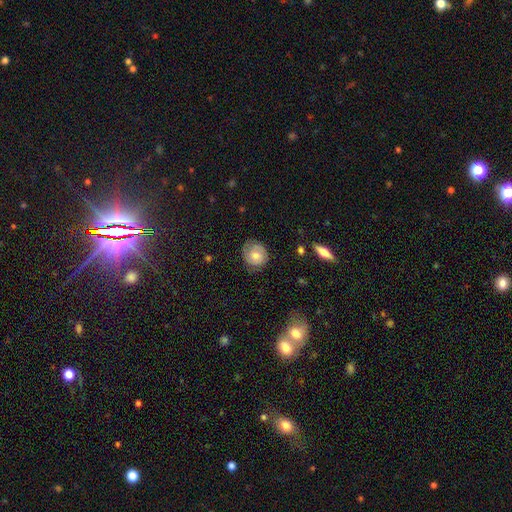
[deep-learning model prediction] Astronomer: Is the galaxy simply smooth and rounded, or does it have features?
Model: featured or disk — 46%, tied with smooth at 46%.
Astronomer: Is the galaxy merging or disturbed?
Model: none — 73%.